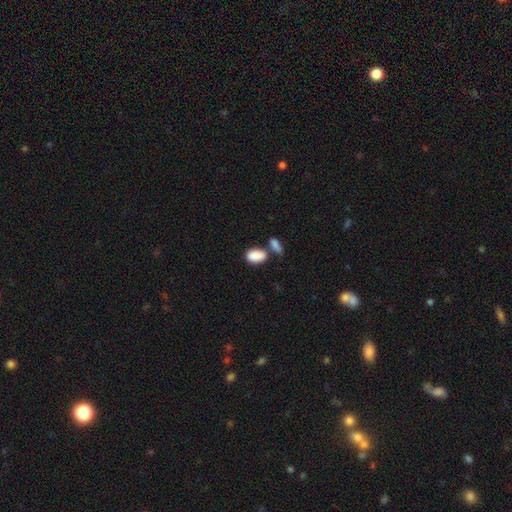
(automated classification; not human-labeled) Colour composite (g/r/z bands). It shows a smooth galaxy with no disk features (88%) that is in between round and cigar-shaped (91%). Merging: none (46%).